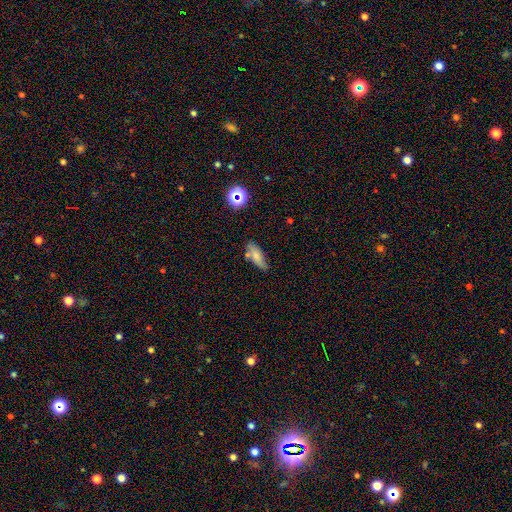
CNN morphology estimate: smooth_or_featured: smooth (p=0.71) [alt: featured or disk p=0.17]
how_rounded: in between (p=0.64) [alt: cigar-shaped p=0.33]
merging: none (p=0.63) [alt: minor disturbance p=0.23]